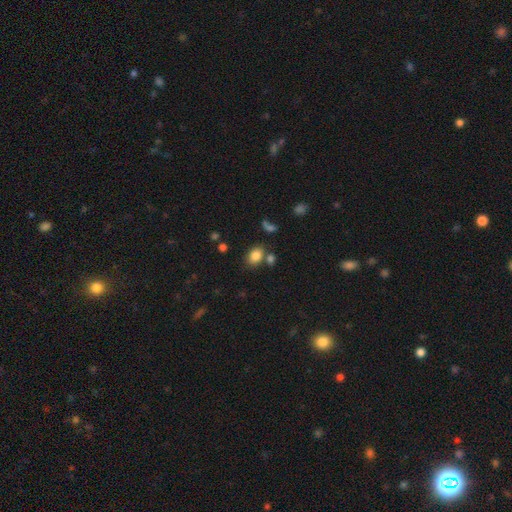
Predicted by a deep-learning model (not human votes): Smooth or featured? Predicted: smooth (p=0.84). How rounded? Predicted: in between (p=0.75). Merging? Predicted: none (p=0.70).